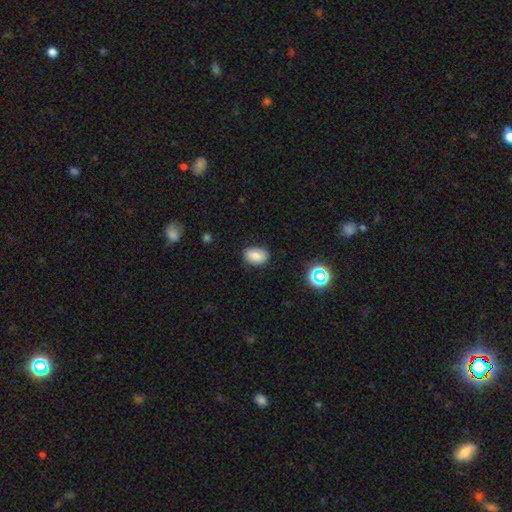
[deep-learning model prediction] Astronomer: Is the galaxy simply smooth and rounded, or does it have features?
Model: smooth — 82%.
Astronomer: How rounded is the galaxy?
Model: in between — 80%.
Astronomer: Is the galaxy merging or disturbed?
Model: none — 82%.